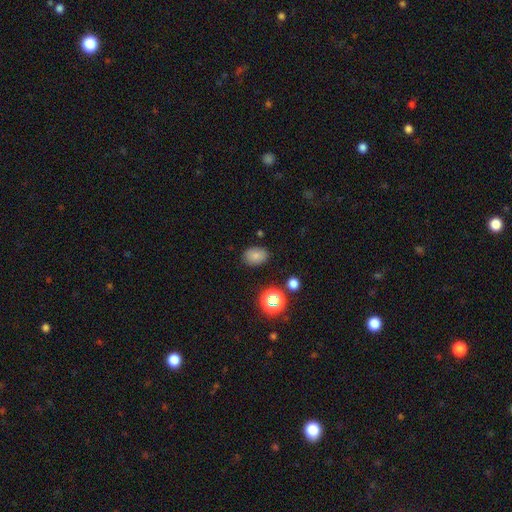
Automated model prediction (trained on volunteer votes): Q: Smooth or featured?
A: smooth (77%); runner-up: star or artifact (15%)
Q: How rounded?
A: in between (74%); runner-up: round (25%)
Q: Merging?
A: none (82%); runner-up: minor disturbance (13%)